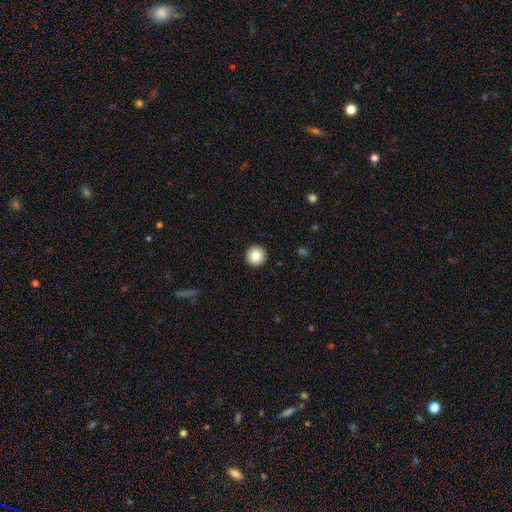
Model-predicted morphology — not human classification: A smooth galaxy with no disk features (83%) that is round (96%).

Vote fractions:
- Smooth or featured? smooth: 83% / star or artifact: 9% / featured or disk: 8%
- How rounded? round: 96% / in between: 3% / cigar-shaped: 1%
- Merging? none: 94% / minor disturbance: 4% / major disturbance: 1% / merger: 1%